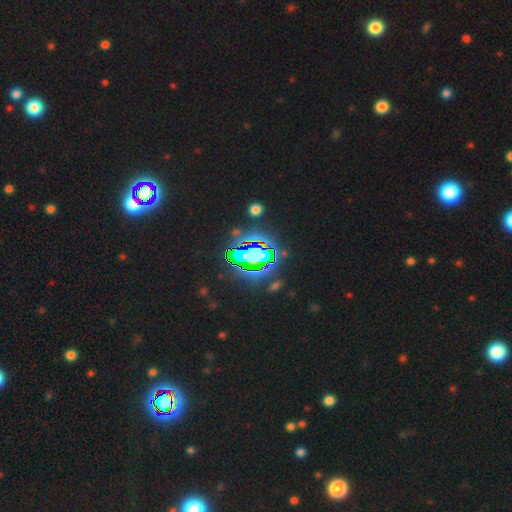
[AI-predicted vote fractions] The model was most divided on "smooth or featured": star or artifact: 68%, smooth: 16%, featured or disk: 16%.